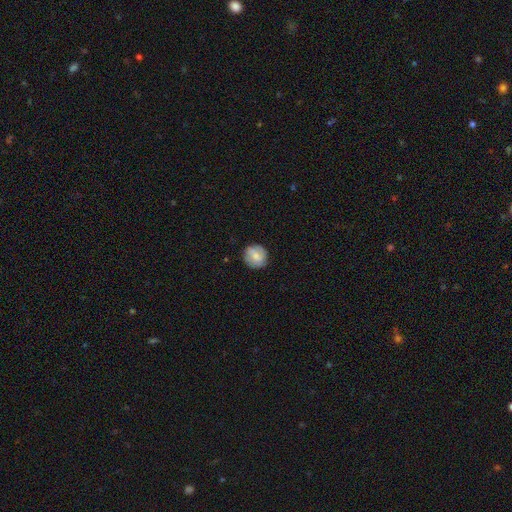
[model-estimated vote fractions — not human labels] The model was most divided on "smooth or featured": smooth: 69%, featured or disk: 23%, star or artifact: 7%. More confident: how rounded — round (88%); merging — none (82%).